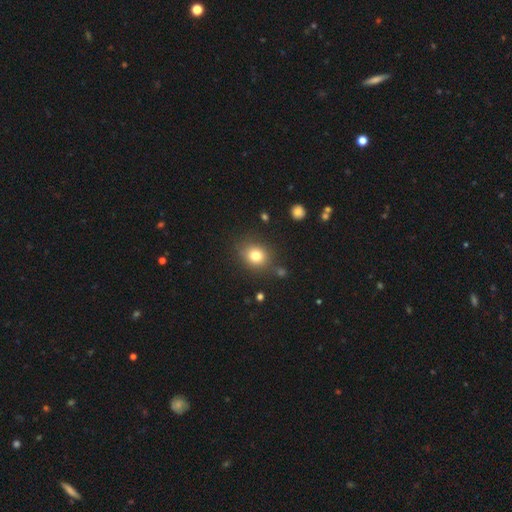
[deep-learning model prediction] Overall: smooth (80%). How rounded: round (65%; in between 34%). Merging: none (80%).